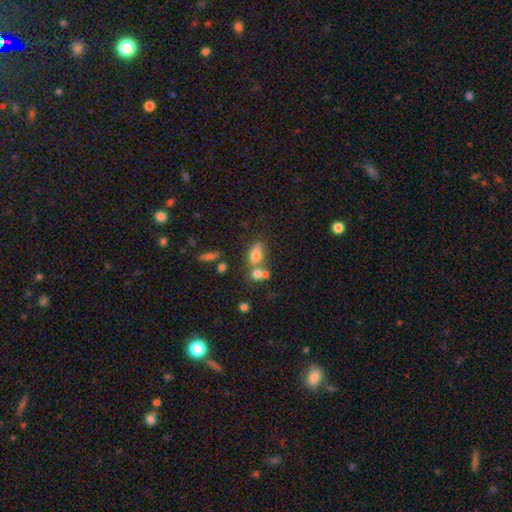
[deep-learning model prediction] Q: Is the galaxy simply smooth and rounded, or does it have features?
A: smooth — 72%.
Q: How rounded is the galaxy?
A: in between — 74%.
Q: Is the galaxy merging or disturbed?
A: merger — 43%.